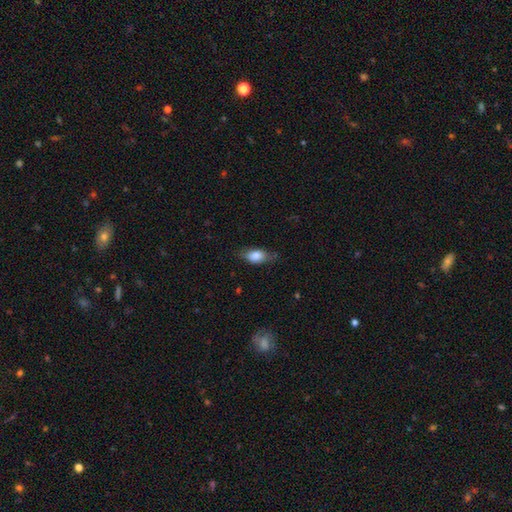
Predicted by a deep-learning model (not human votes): This is clearly a smooth galaxy (81%). How rounded: clearly in between (86%). Merging: likely none (66%).